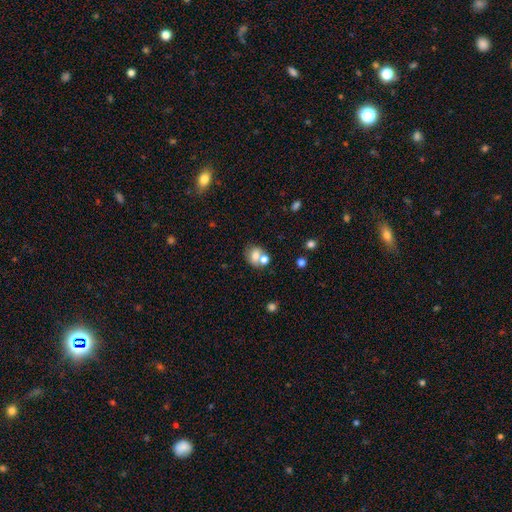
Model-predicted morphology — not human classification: A smooth galaxy with no disk features (68%) that is round (52%).

Vote fractions:
- Smooth or featured? smooth: 68% / featured or disk: 21% / star or artifact: 11%
- How rounded? round: 52% / in between: 47% / cigar-shaped: 1%
- Merging? none: 45% / merger: 39% / minor disturbance: 11% / major disturbance: 5%